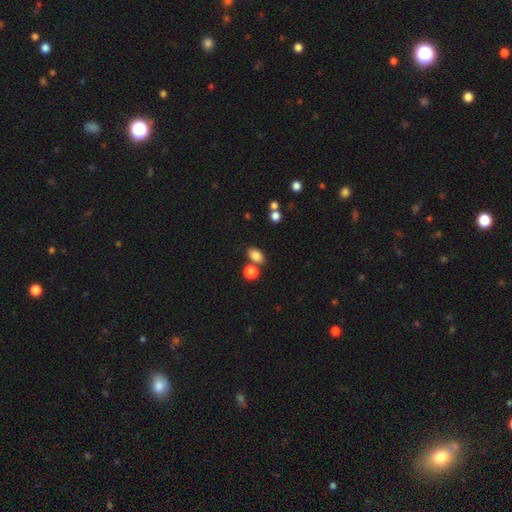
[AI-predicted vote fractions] smooth 83%, star or artifact 11%, featured or disk 6%. Down the decision tree: how rounded — in between (80%); merging — none (69%).